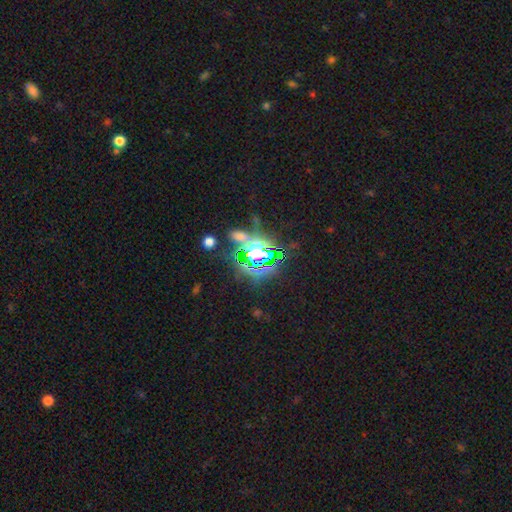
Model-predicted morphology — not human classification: smooth_or_featured: star or artifact (p=0.78) [alt: smooth p=0.13]